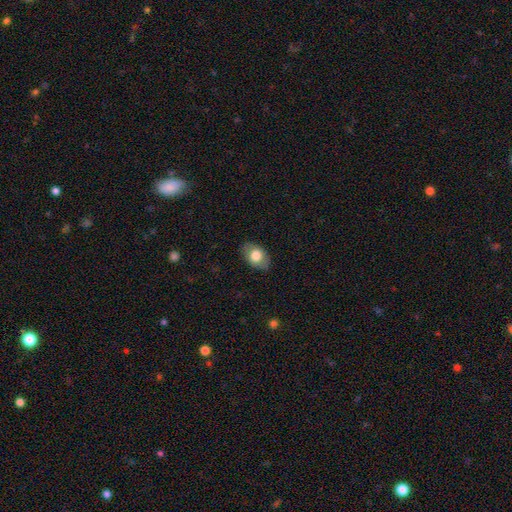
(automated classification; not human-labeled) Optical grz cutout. It shows a smooth galaxy with no disk features (73%) that is in between round and cigar-shaped (85%). Merging: none (84%).